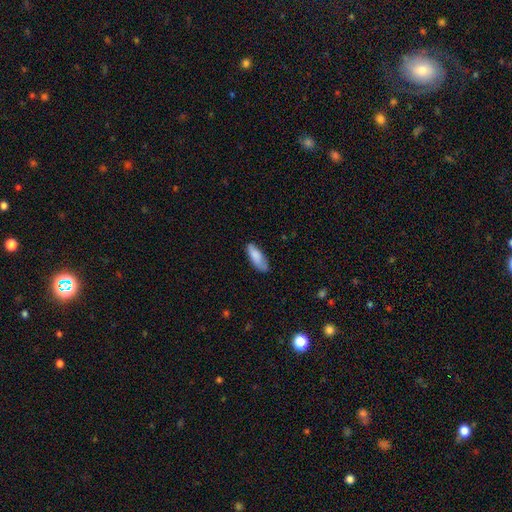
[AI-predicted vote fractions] Smooth or featured? Predicted: smooth (p=0.84). How rounded? Predicted: in between (p=0.68). Merging? Predicted: none (p=0.68).